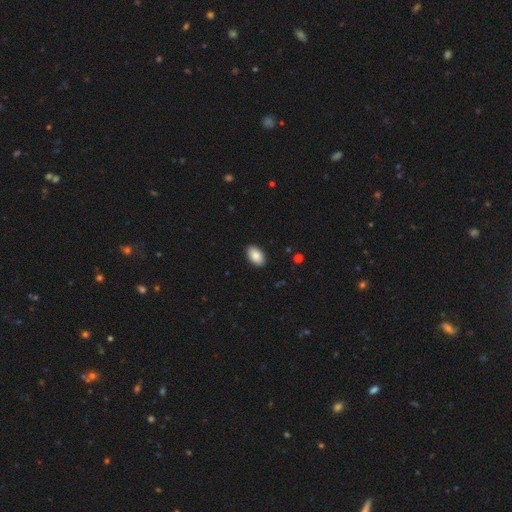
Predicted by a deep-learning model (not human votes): Smooth or featured? Predicted: smooth (p=0.89). How rounded? Predicted: in between (p=0.94). Merging? Predicted: none (p=0.91).